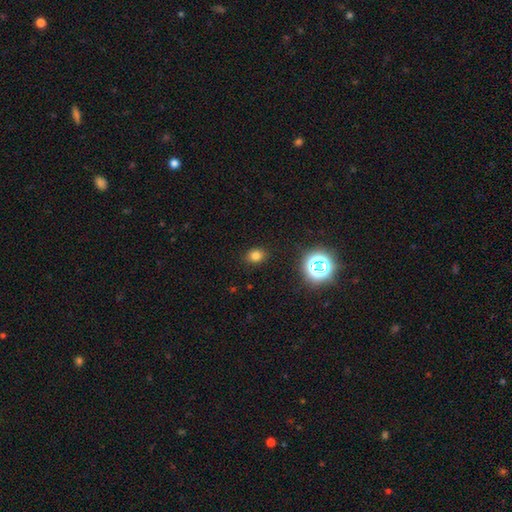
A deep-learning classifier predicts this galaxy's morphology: The model was most divided on "how rounded": round: 57%, in between: 42%, cigar-shaped: 1%. More confident: merging — none (88%); smooth or featured — smooth (76%).